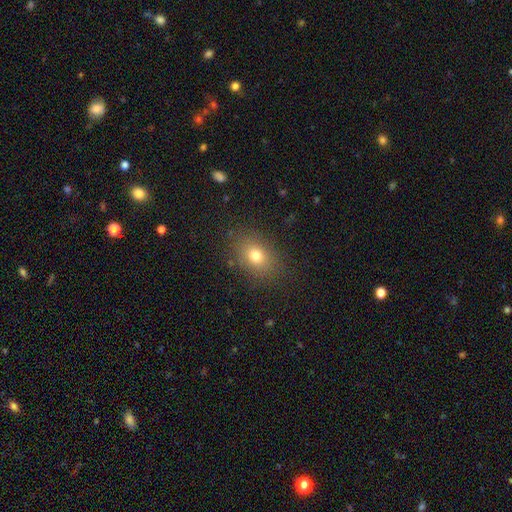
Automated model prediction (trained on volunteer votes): smooth-or-featured: smooth: 75% | star or artifact: 14% | featured or disk: 12%
  how-rounded: in between: 63% | round: 35% | cigar-shaped: 1%
  merging: none: 84% | minor disturbance: 11% | major disturbance: 4% | merger: 1%